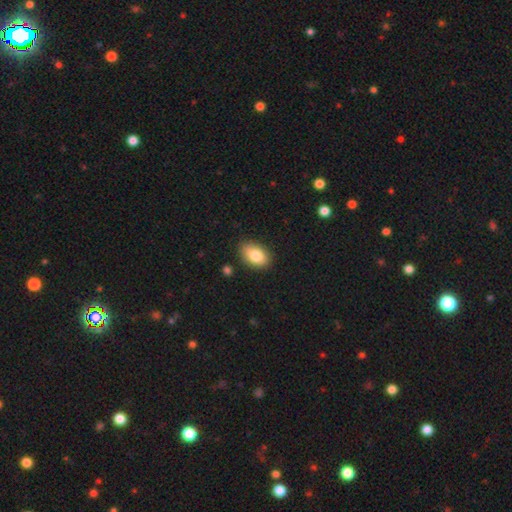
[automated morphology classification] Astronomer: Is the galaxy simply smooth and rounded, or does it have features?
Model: smooth — 83%.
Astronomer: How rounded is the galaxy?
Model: in between — 89%.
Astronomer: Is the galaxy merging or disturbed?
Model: none — 83%.